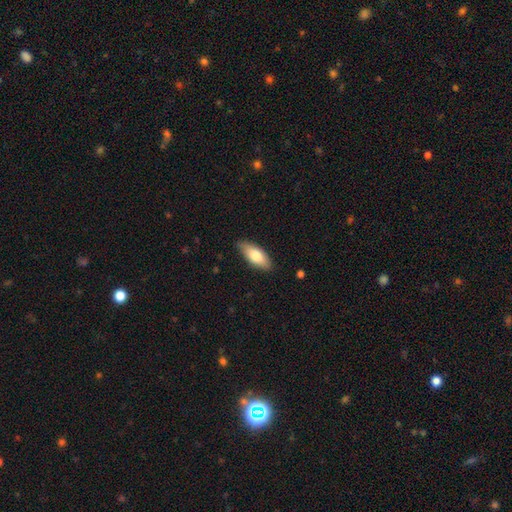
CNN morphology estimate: smooth 75%, featured or disk 19%, star or artifact 6%. Down the decision tree: how rounded — in between (81%); merging — none (82%).